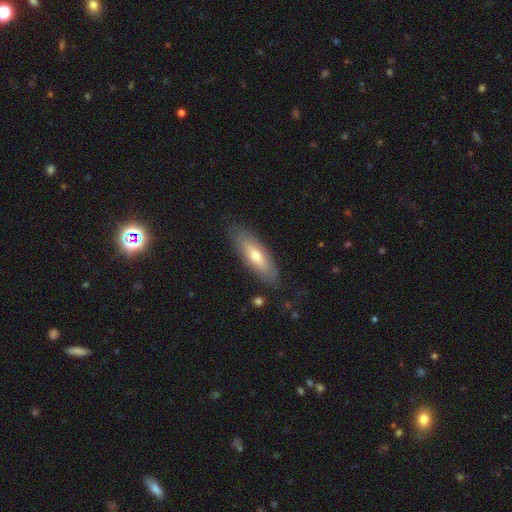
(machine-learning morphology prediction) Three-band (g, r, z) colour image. It shows a smooth galaxy with no disk features (53%) that is in between round and cigar-shaped (53%). Merging: none (83%).